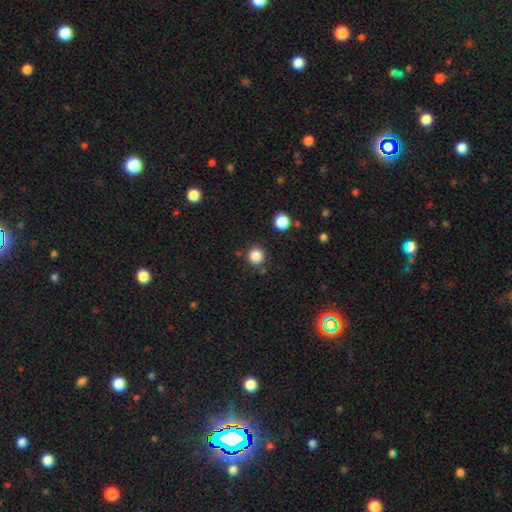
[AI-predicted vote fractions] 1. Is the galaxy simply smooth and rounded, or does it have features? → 85% smooth, 12% star or artifact, 4% featured or disk.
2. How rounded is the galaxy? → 94% round, 5% in between, 1% cigar-shaped.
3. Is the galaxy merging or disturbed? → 86% none, 7% minor disturbance, 4% merger, 3% major disturbance.